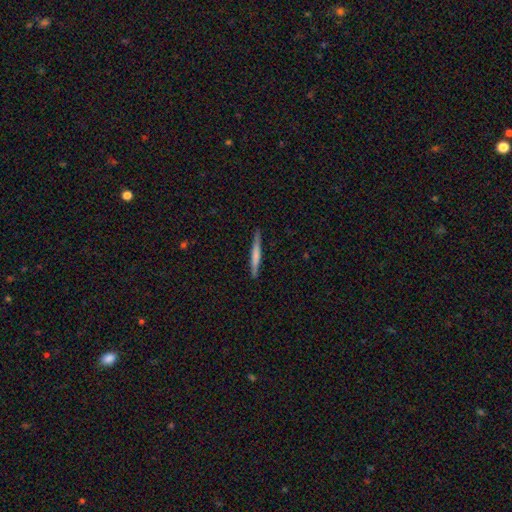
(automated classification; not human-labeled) Morphology: type=smooth (59%); roundness=cigar-shaped (96%); merging=none (89%).